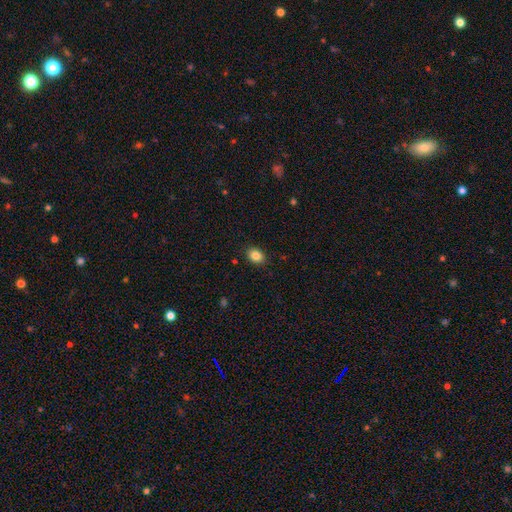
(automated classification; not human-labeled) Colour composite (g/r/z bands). It shows a smooth galaxy with no disk features (86%) that is in between round and cigar-shaped (66%). Merging: none (88%).